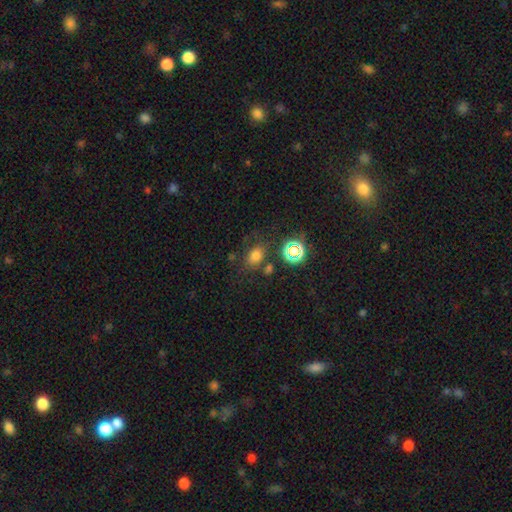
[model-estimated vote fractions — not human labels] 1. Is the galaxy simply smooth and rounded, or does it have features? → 68% smooth, 22% star or artifact, 10% featured or disk.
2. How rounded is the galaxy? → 65% in between, 34% round, 2% cigar-shaped.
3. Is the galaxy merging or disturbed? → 65% none, 16% minor disturbance, 11% merger, 8% major disturbance.